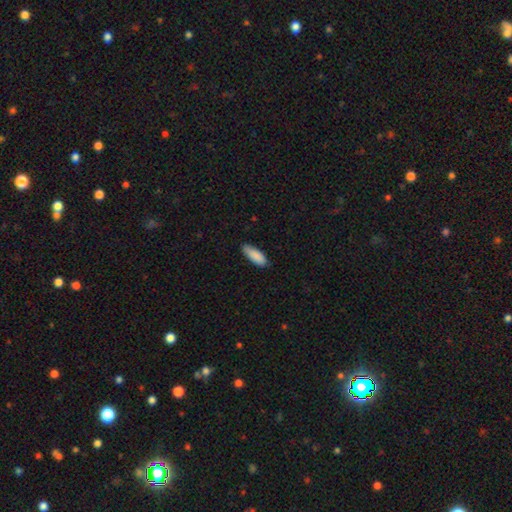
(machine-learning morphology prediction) smooth 88%, star or artifact 6%, featured or disk 6%. Down the decision tree: how rounded — in between (72%); merging — none (78%).